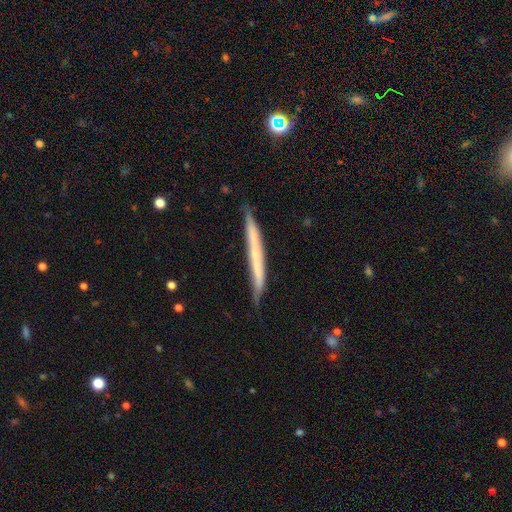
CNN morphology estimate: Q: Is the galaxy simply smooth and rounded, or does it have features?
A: smooth — 47%, tied with featured or disk.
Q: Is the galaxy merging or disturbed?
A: none — 82%.